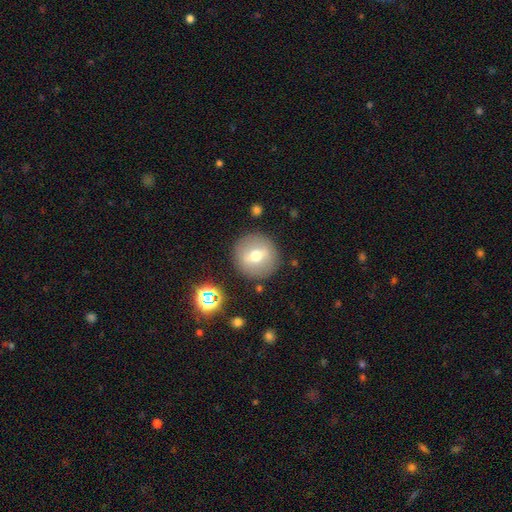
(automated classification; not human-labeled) Overall: smooth (54%; featured or disk 36%). How rounded: round (94%). Merging: none (87%).